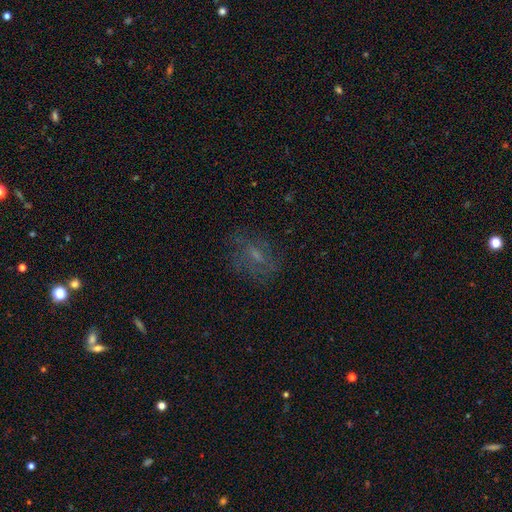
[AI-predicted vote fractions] Smooth or featured: featured or disk — 40% (smooth — 39%)
Merging: none — 68% (minor disturbance — 17%)